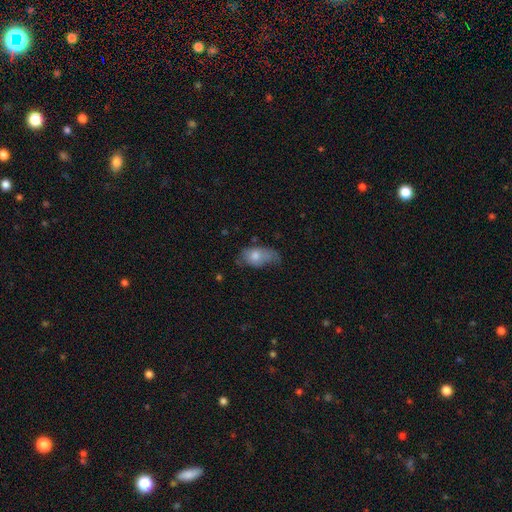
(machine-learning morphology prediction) smooth_or_featured: smooth (p=0.66) [alt: featured or disk p=0.25]
how_rounded: in between (p=0.89) [alt: round p=0.07]
merging: minor disturbance (p=0.39) [alt: none p=0.37]